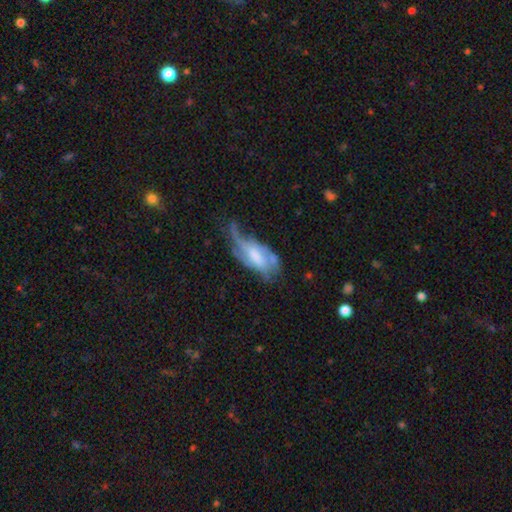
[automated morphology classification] Smooth or featured: featured or disk — 63% (smooth — 30%)
Edge-on disk: no — 89% (yes — 11%)
Bar: no — 49% (weak — 38%)
Spiral arms: yes — 71% (no — 29%)
Bulge size: moderate — 37% (small — 24%)
Merging: major disturbance — 41% (minor disturbance — 27%)